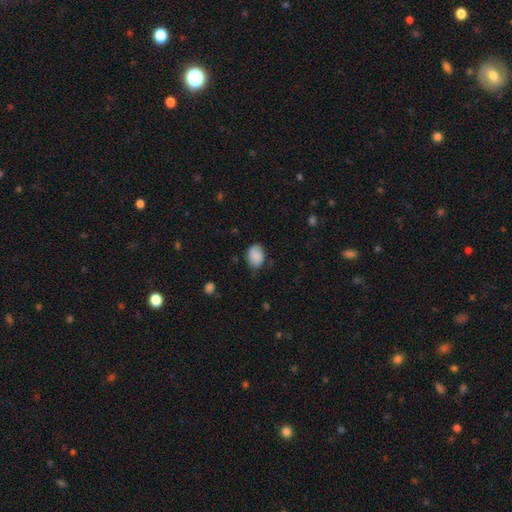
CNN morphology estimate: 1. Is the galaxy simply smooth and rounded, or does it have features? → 83% smooth, 10% featured or disk, 7% star or artifact.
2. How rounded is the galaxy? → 73% in between, 26% round, 1% cigar-shaped.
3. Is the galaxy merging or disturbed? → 70% none, 24% minor disturbance, 5% major disturbance, 1% merger.